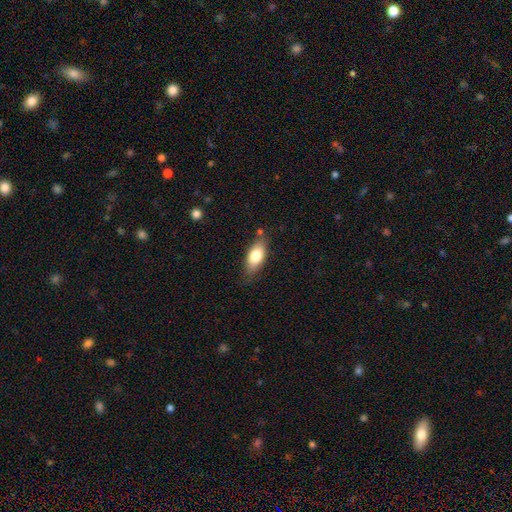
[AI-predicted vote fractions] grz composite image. It shows a smooth galaxy with no disk features (76%) that is in between round and cigar-shaped (85%). Merging: none (74%).